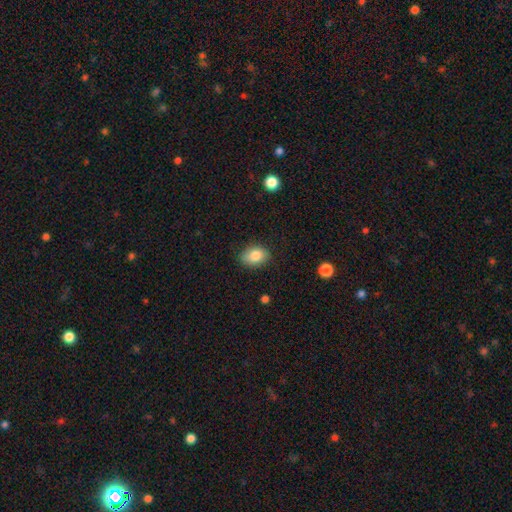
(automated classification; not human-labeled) This appears to be a smooth galaxy with no disk features (83%) that is in between round and cigar-shaped (75%). Merging: none (83%).